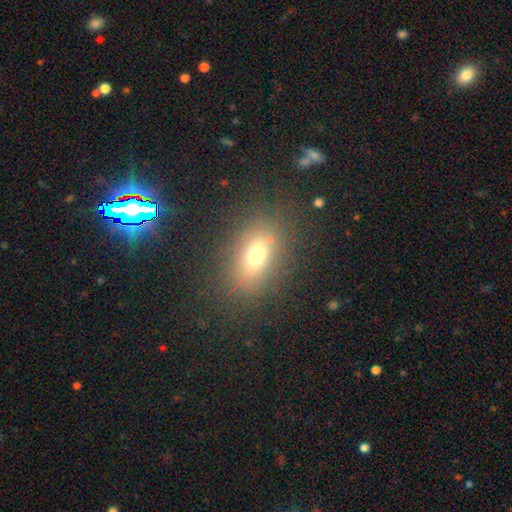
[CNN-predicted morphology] The model was most divided on "smooth or featured": smooth: 69%, star or artifact: 16%, featured or disk: 15%. More confident: merging — none (82%); how rounded — in between (80%).